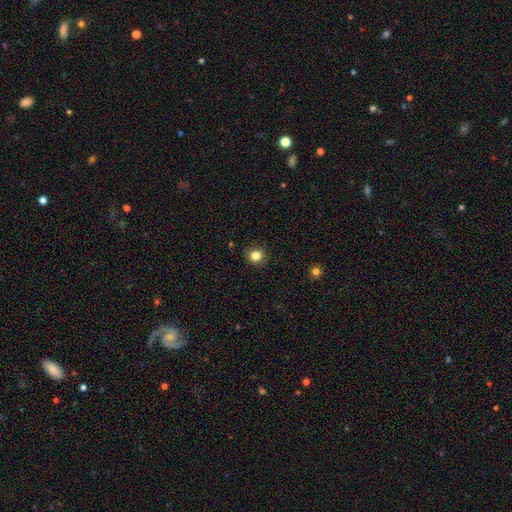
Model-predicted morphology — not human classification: smooth_or_featured: smooth (p=0.82) [alt: star or artifact p=0.12]
how_rounded: round (p=0.85) [alt: in between p=0.14]
merging: none (p=0.90) [alt: minor disturbance p=0.07]